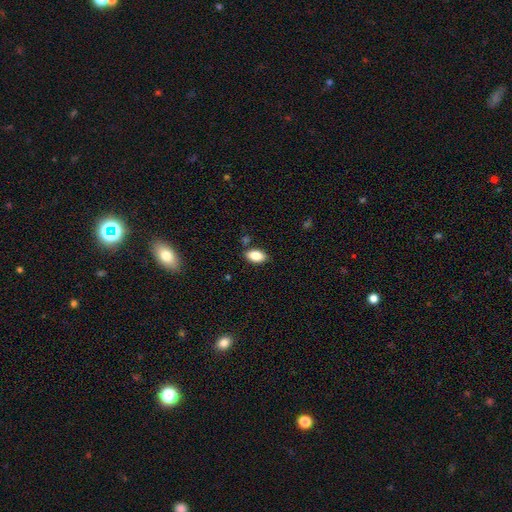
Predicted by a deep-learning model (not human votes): Smooth or featured? smooth (85%)
How rounded? in between (91%)
Merging? none (82%)